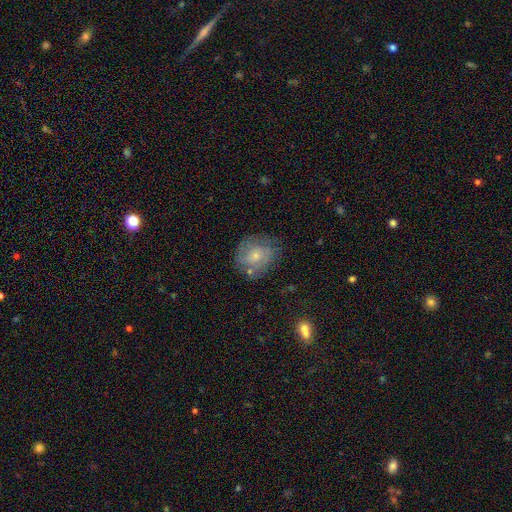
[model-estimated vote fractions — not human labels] Morphology: type=smooth (46%, tied with featured or disk); merging=none (64%).